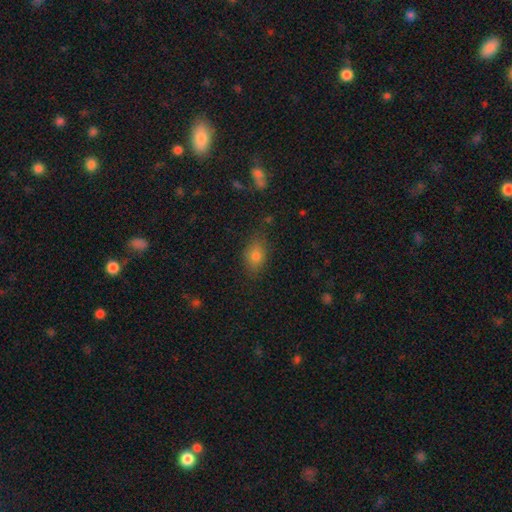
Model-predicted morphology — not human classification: smooth 77%, star or artifact 13%, featured or disk 10%. Down the decision tree: how rounded — in between (72%); merging — none (78%).